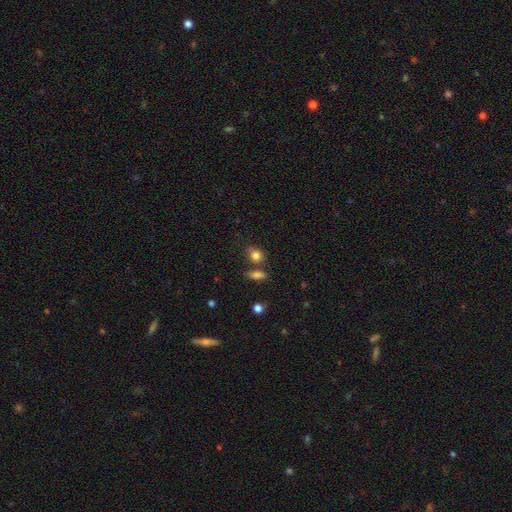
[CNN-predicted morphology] Smooth or featured: smooth — 83% (star or artifact — 10%)
How rounded: in between — 55% (round — 43%)
Merging: none — 63% (minor disturbance — 16%)